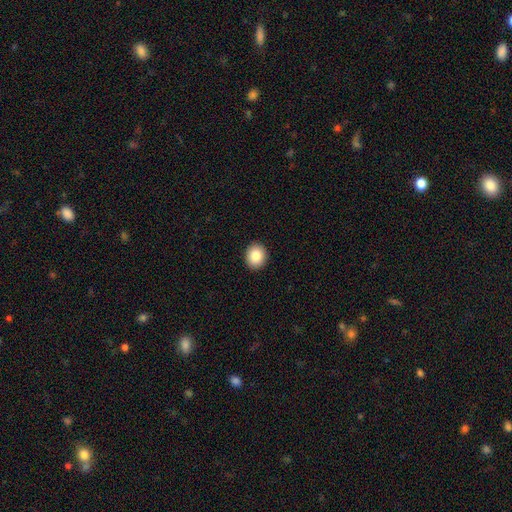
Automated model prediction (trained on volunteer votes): A smooth galaxy with no disk features (85%) that is round (72%). Merging: none (92%).